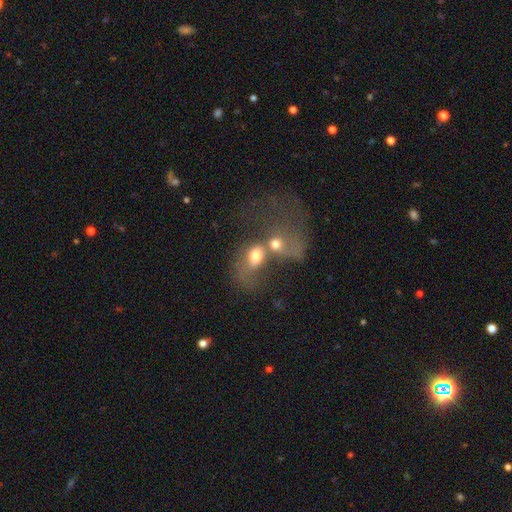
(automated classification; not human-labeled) smooth-or-featured: smooth: 60% | featured or disk: 28% | star or artifact: 12%
  how-rounded: in between: 63% | round: 35% | cigar-shaped: 2%
  merging: merger: 68% | major disturbance: 17% | none: 10% | minor disturbance: 6%